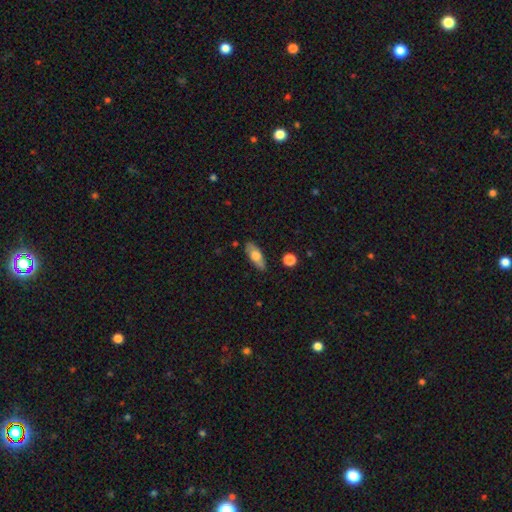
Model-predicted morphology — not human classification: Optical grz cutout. It shows a smooth galaxy with no disk features (62%) that is in between round and cigar-shaped (76%). Merging: none (83%).